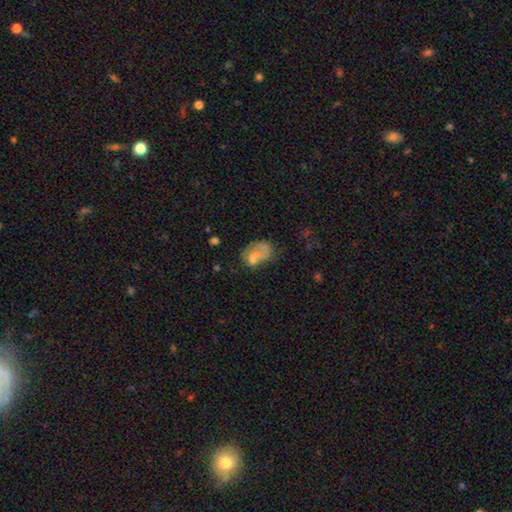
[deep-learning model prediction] A smooth galaxy with no disk features (55%) that is in between round and cigar-shaped (78%). Merging: none (28%).